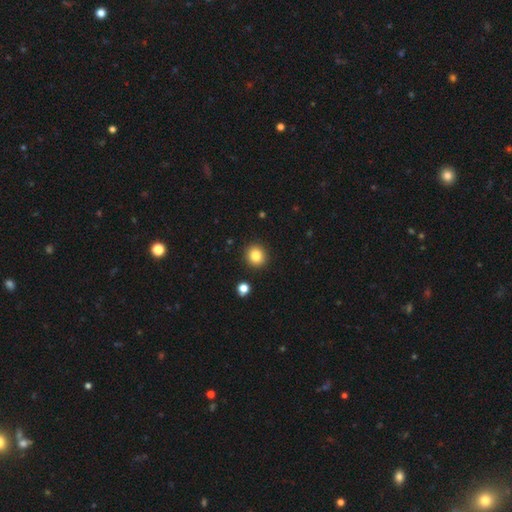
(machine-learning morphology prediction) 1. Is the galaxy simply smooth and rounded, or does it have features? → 84% smooth, 11% star or artifact, 6% featured or disk.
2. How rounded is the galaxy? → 87% round, 12% in between, 1% cigar-shaped.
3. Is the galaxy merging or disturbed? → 91% none, 6% minor disturbance, 2% major disturbance, 2% merger.